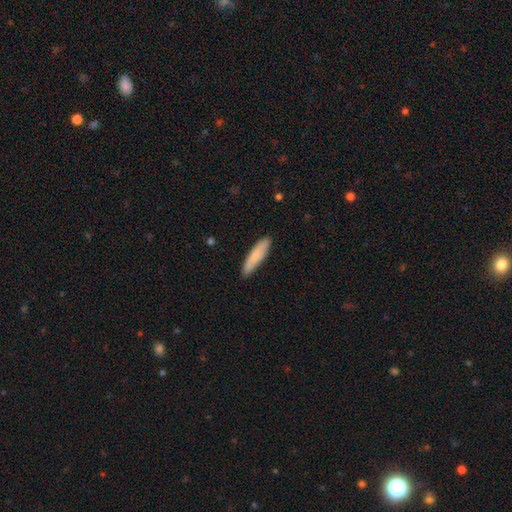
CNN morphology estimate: Smooth or featured: smooth — 81% (featured or disk — 13%)
How rounded: cigar-shaped — 78% (in between — 20%)
Merging: none — 83% (minor disturbance — 14%)